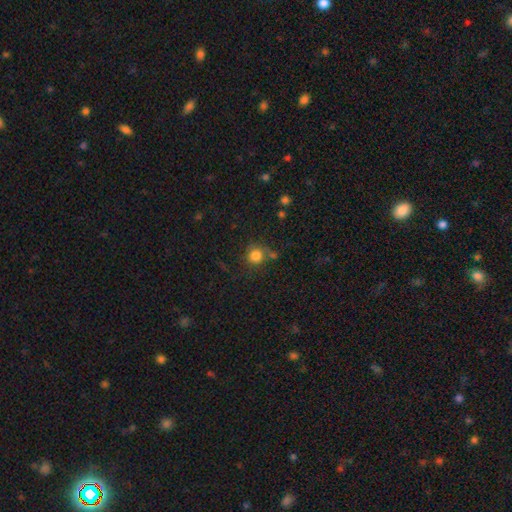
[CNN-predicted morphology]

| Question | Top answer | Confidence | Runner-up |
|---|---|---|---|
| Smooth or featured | smooth | 82% | star or artifact (13%) |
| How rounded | round | 91% | in between (8%) |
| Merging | none | 68% | minor disturbance (14%) |